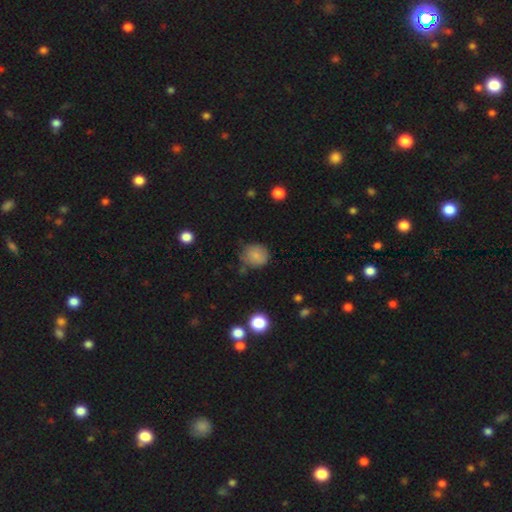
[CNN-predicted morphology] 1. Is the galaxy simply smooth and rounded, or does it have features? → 78% smooth, 11% featured or disk, 10% star or artifact.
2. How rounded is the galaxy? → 80% round, 19% in between, 1% cigar-shaped.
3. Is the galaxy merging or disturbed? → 63% none, 26% minor disturbance, 7% major disturbance, 4% merger.